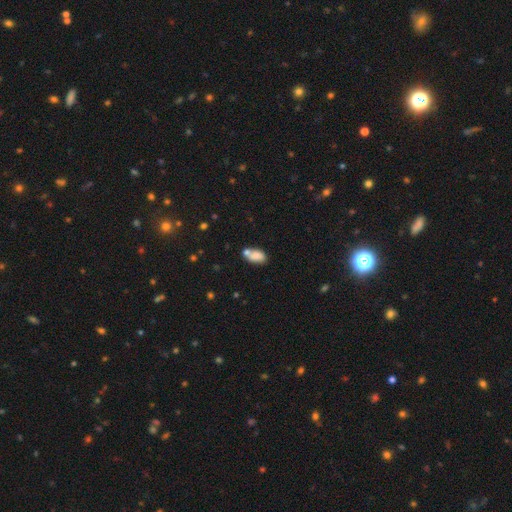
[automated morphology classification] type=smooth (79%); roundness=in between (89%); merging=none (45%).